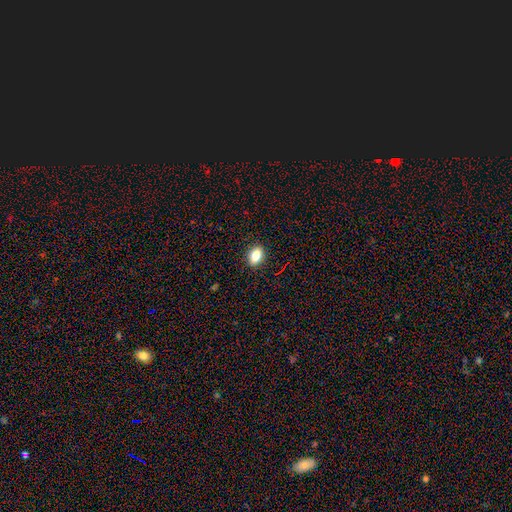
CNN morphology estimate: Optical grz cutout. It shows a smooth galaxy with no disk features (81%) that is in between round and cigar-shaped (78%). Merging: none (90%).